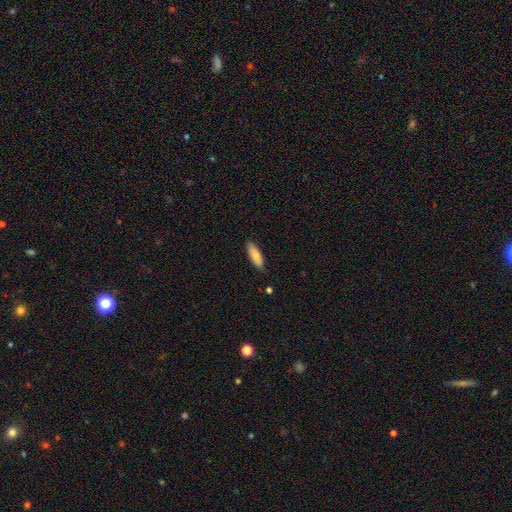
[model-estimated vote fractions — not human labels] smooth_or_featured: smooth (p=0.79) [alt: featured or disk p=0.15]
how_rounded: in between (p=0.50) [alt: cigar-shaped p=0.48]
merging: none (p=0.86) [alt: minor disturbance p=0.11]